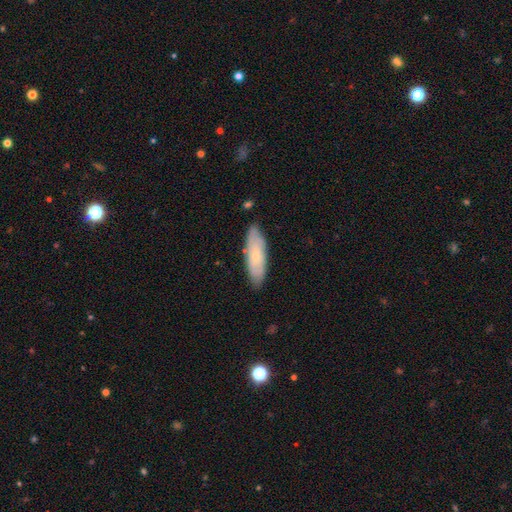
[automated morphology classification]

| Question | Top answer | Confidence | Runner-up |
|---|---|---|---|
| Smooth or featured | smooth | 60% | featured or disk (33%) |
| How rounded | in between | 53% | cigar-shaped (45%) |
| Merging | none | 82% | minor disturbance (14%) |